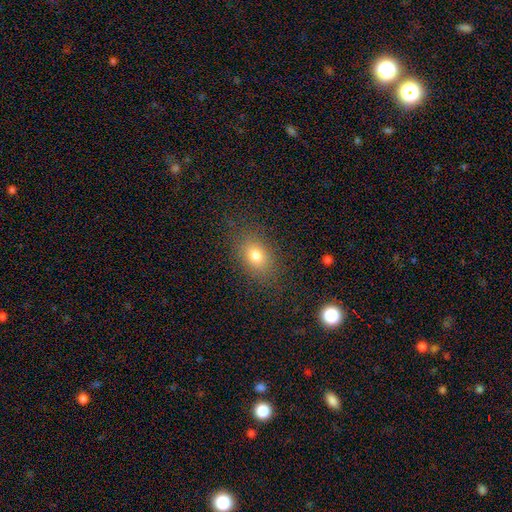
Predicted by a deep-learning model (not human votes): Smooth or featured: smooth — 76% (star or artifact — 13%)
How rounded: in between — 70% (round — 28%)
Merging: none — 83% (minor disturbance — 11%)